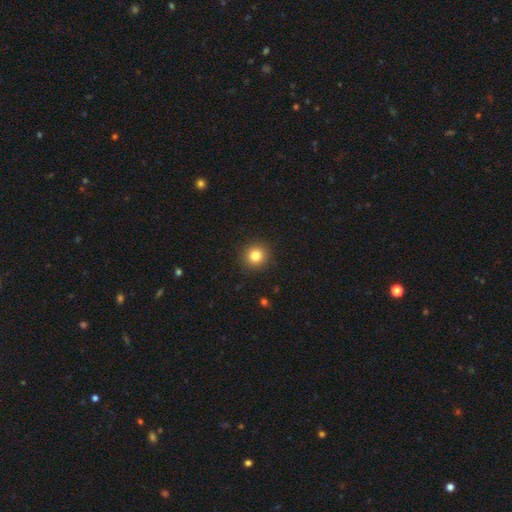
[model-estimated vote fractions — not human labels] smooth-or-featured: smooth: 82% | star or artifact: 12% | featured or disk: 6%
  how-rounded: round: 93% | in between: 6% | cigar-shaped: 1%
  merging: none: 92% | minor disturbance: 5% | major disturbance: 2% | merger: 1%